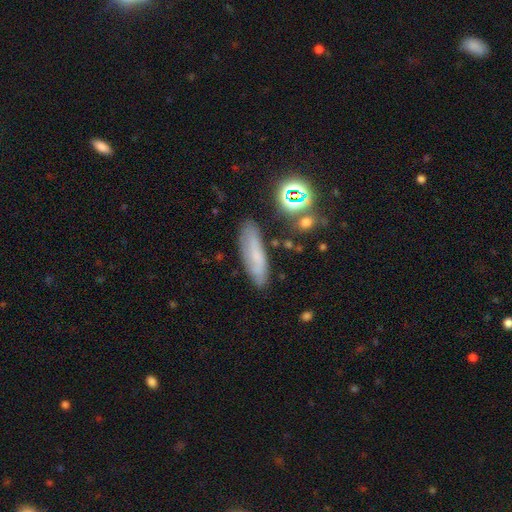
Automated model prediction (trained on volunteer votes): Q: Smooth or featured?
A: smooth (52%); runner-up: featured or disk (33%)
Q: How rounded?
A: cigar-shaped (54%); runner-up: in between (43%)
Q: Merging?
A: none (75%); runner-up: minor disturbance (17%)